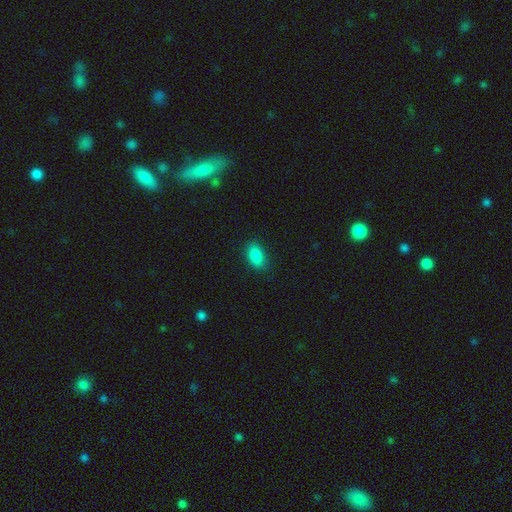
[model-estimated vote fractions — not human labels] smooth 87%, star or artifact 8%, featured or disk 4%. Down the decision tree: how rounded — in between (90%); merging — none (85%).